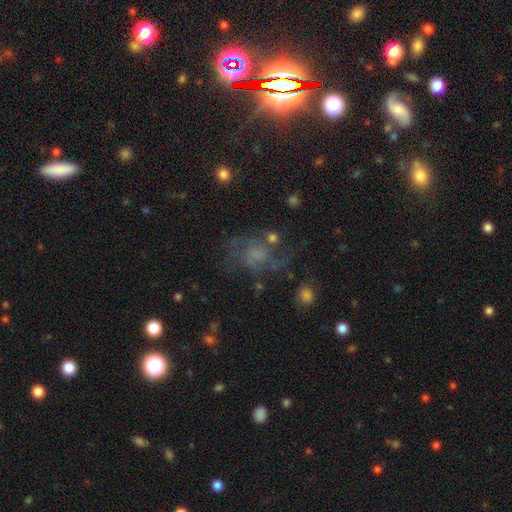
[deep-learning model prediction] A featured or disk galaxy (54%) with no bar (74%), spiral arms (72%) and no central bulge (40%). Merging: none (48%).